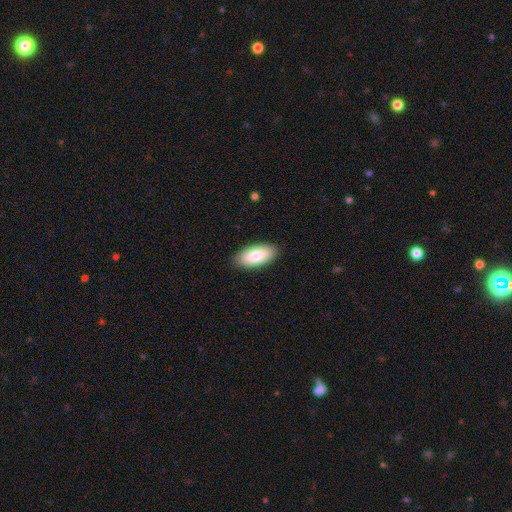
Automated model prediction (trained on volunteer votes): Q: Smooth or featured?
A: smooth (84%); runner-up: featured or disk (10%)
Q: How rounded?
A: in between (92%); runner-up: cigar-shaped (6%)
Q: Merging?
A: none (88%); runner-up: minor disturbance (9%)